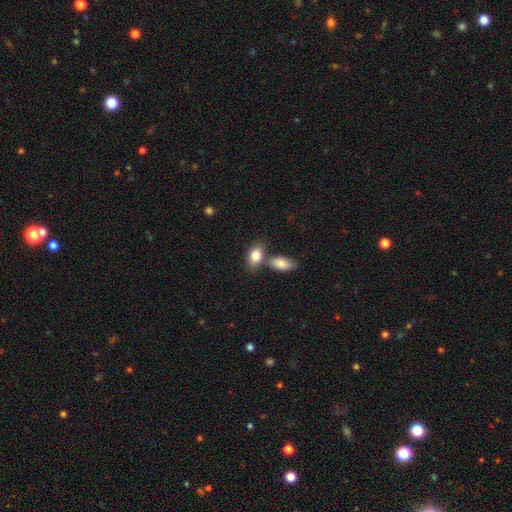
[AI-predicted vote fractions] This is clearly a smooth galaxy (82%). How rounded: clearly in between (88%). Merging: possibly none (49%).